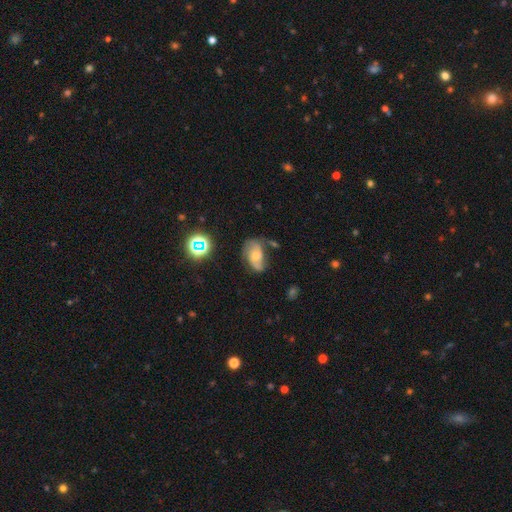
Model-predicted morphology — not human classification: A featured or disk galaxy (55%) with no bar (67%), spiral arms (82%) and a moderate central bulge (47%).

Vote fractions:
- Smooth or featured? featured or disk: 55% / smooth: 33% / star or artifact: 13%
- Edge-on disk? no: 95% / yes: 5%
- Bar? no: 67% / weak: 26% / strong: 6%
- Spiral arms? yes: 82% / no: 18%
- Bulge size? moderate: 47% / small: 41% / none: 6% / large: 5% / dominant: 2%
- Merging? none: 45% / minor disturbance: 30% / major disturbance: 17% / merger: 8%